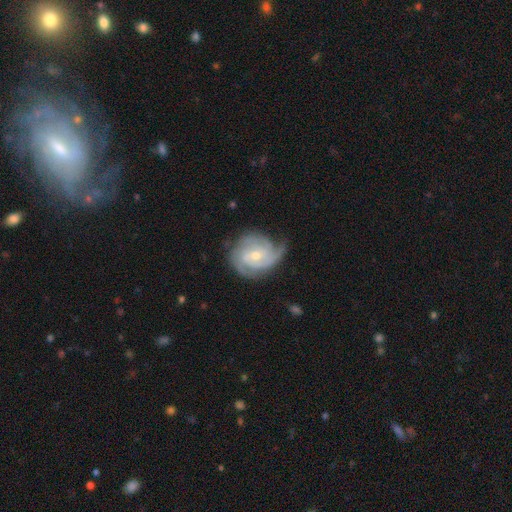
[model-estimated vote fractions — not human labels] This is clearly a featured or disk galaxy (85%). It is clearly not viewed edge-on (98%). Bar: possibly no (58%). Spiral arm pattern: clearly yes (96%). Spiral arm count: marginally 3 (41%). Spiral winding: possibly tight (59%). Central bulge: possibly small (50%). Merging: likely none (62%).